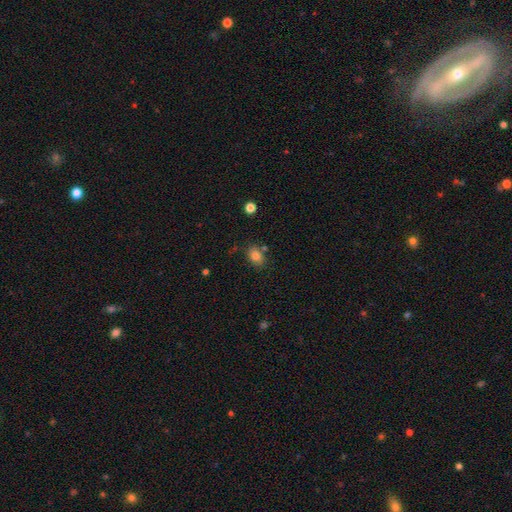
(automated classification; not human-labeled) Q: Smooth or featured?
A: smooth (81%); runner-up: star or artifact (11%)
Q: How rounded?
A: in between (72%); runner-up: round (27%)
Q: Merging?
A: none (74%); runner-up: minor disturbance (15%)